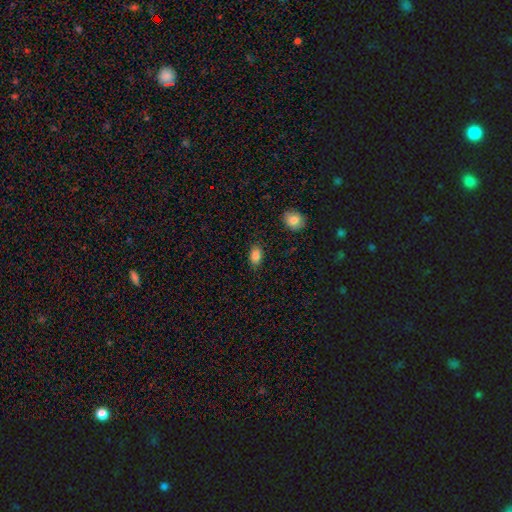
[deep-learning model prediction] This appears to be a smooth galaxy with no disk features (86%) that is in between round and cigar-shaped (86%). Merging: none (86%).